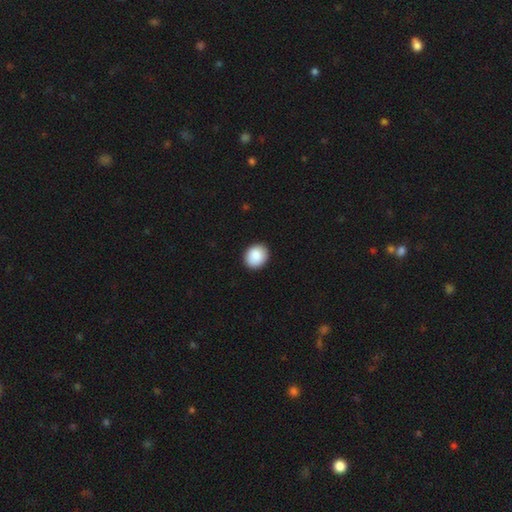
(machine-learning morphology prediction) The model was most divided on "how rounded": round: 68%, in between: 31%, cigar-shaped: 1%. More confident: merging — none (91%); smooth or featured — smooth (89%).